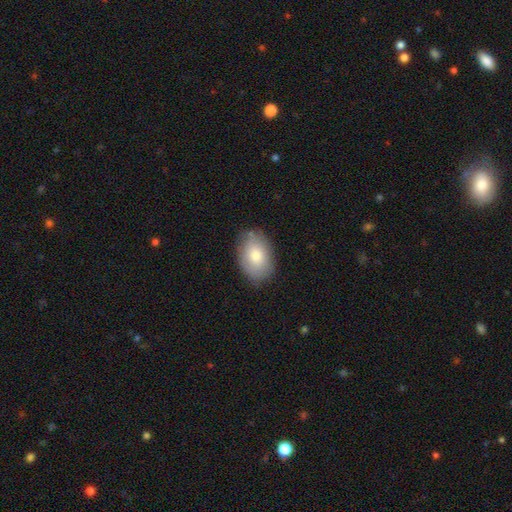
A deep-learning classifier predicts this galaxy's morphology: This is likely a smooth galaxy (77%). How rounded: clearly in between (85%). Merging: likely none (80%).